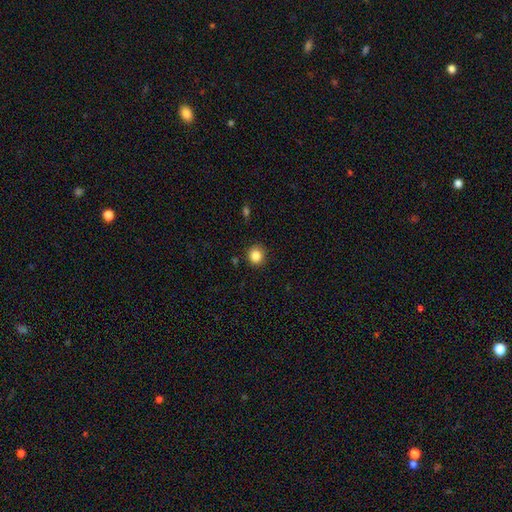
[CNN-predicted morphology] Smooth or featured: smooth — 85% (star or artifact — 10%)
How rounded: round — 89% (in between — 10%)
Merging: none — 88% (minor disturbance — 8%)